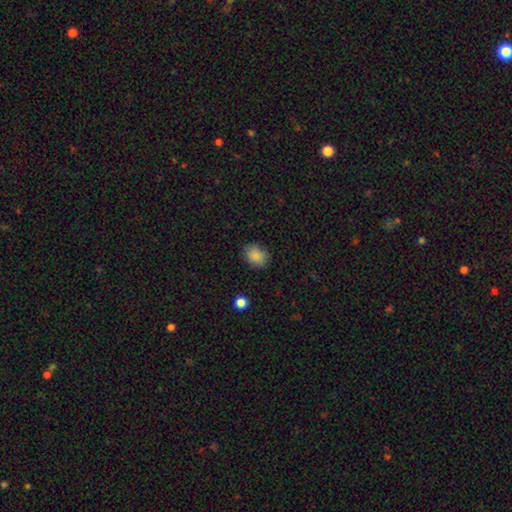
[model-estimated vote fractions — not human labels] Overall: smooth (87%). How rounded: in between (60%; round 39%). Merging: none (82%).